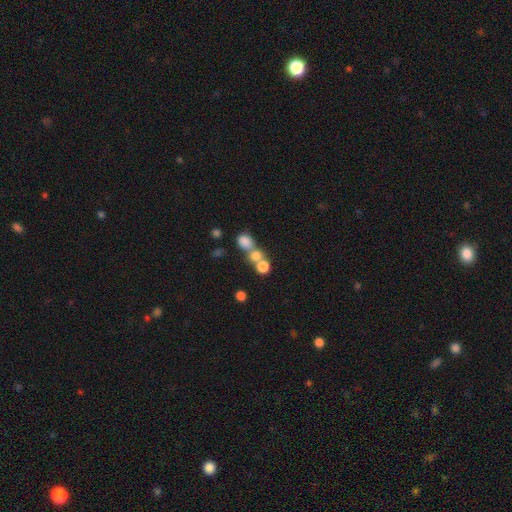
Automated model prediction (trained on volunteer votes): smooth-or-featured: smooth: 74% | star or artifact: 14% | featured or disk: 12%
  how-rounded: round: 71% | in between: 27% | cigar-shaped: 2%
  merging: merger: 54% | none: 34% | minor disturbance: 7% | major disturbance: 5%